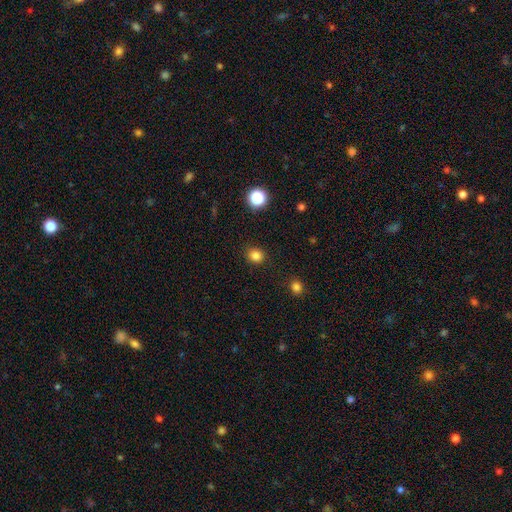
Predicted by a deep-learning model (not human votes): This is clearly a smooth galaxy (83%). How rounded: likely round (78%). Merging: clearly none (88%).